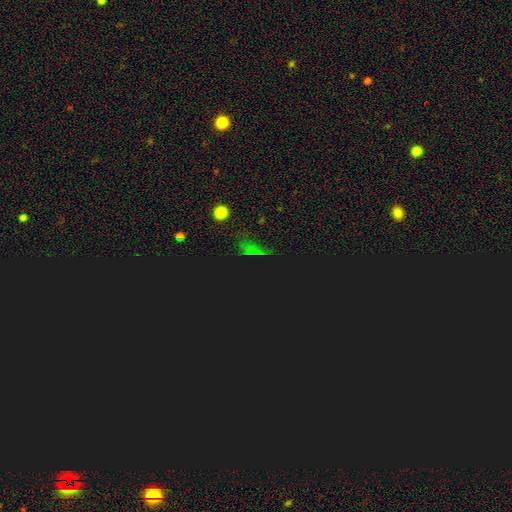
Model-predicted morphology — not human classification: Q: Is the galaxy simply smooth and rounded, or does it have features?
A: star or artifact — 70%.